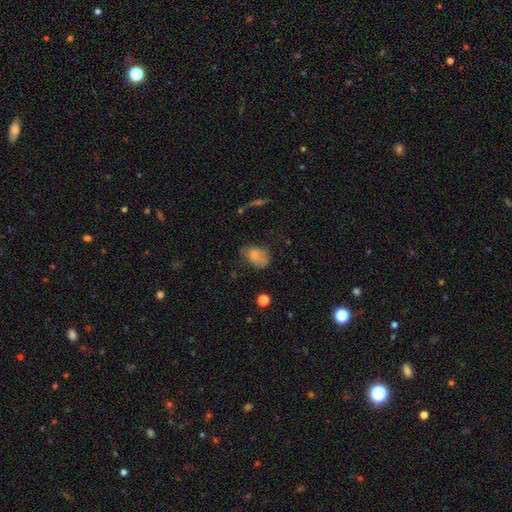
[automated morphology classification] smooth 75%, featured or disk 15%, star or artifact 11%. Down the decision tree: how rounded — in between (79%); merging — none (49%).